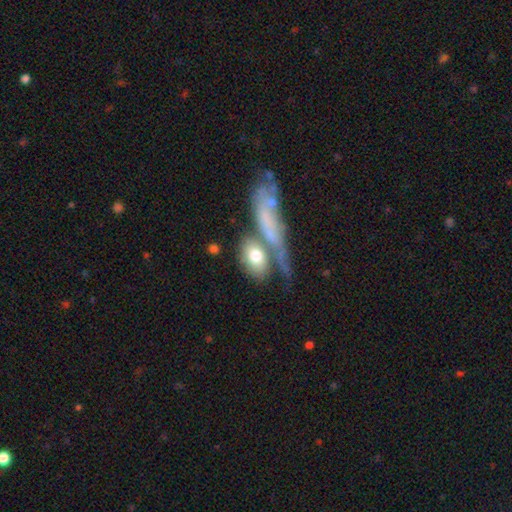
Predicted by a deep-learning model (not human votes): Smooth or featured? Predicted: smooth (p=0.70). How rounded? Predicted: in between (p=0.76). Merging? Predicted: none (p=0.42).